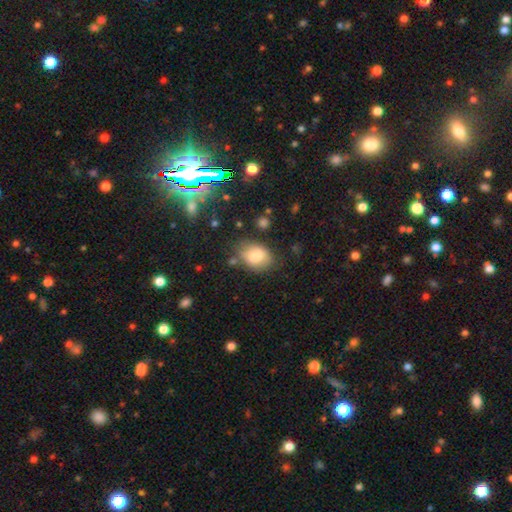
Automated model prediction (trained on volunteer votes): Smooth or featured? smooth (78%)
How rounded? in between (68%)
Merging? none (69%)